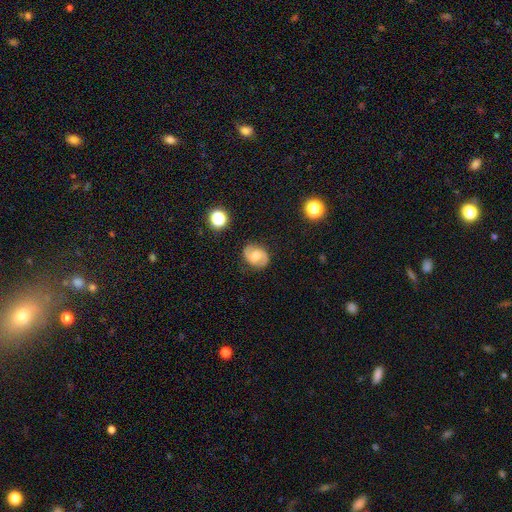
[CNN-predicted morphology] smooth-or-featured: featured or disk: 70% | smooth: 23% | star or artifact: 7%
  disk-edge-on: no: 97% | yes: 3%
    bar: no: 49% | weak: 40% | strong: 10%
    has-spiral-arms: yes: 89% | no: 11%
      spiral-winding: medium: 51% | tight: 27% | loose: 22%
      spiral-arm-count: 2: 90% | can't tell: 5% | 1: 2% | 3: 1% | 4: 1% | more than 4: 1%
    bulge-size: moderate: 70% | small: 17% | large: 9% | none: 2% | dominant: 1%
  merging: none: 84% | minor disturbance: 11% | major disturbance: 3% | merger: 1%